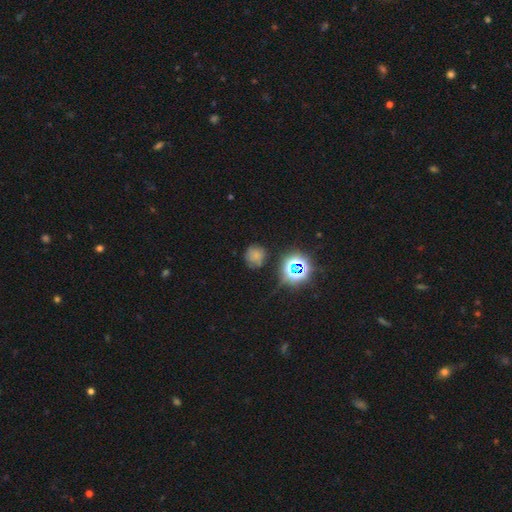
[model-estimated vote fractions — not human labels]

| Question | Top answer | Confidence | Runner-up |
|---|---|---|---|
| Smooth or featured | smooth | 59% | star or artifact (27%) |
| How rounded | round | 82% | in between (17%) |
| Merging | none | 66% | minor disturbance (21%) |